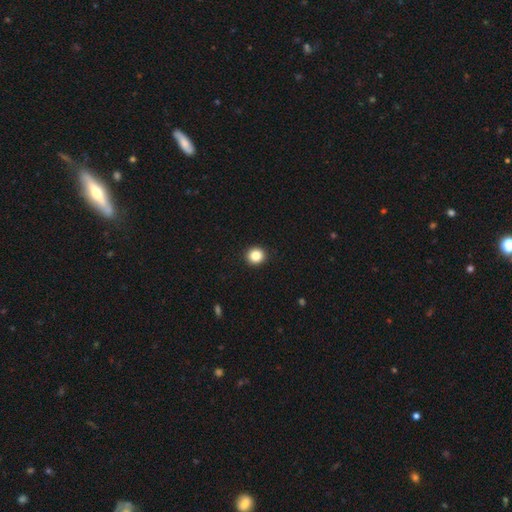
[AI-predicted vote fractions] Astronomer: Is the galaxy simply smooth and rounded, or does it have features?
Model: smooth — 87%.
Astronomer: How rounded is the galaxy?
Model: round — 91%.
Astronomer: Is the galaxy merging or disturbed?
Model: none — 93%.